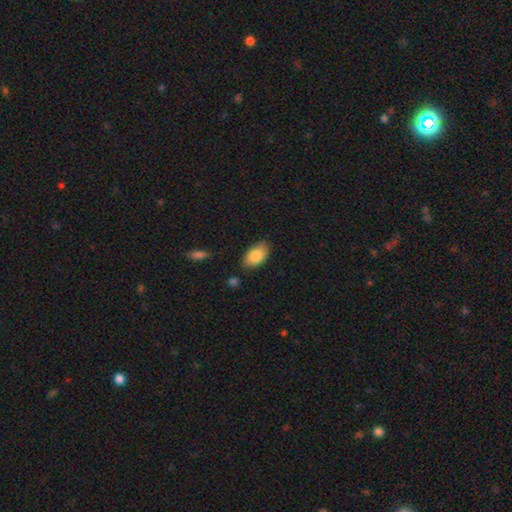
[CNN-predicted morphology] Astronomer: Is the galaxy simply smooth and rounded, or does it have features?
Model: smooth — 84%.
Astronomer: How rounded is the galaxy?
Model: in between — 93%.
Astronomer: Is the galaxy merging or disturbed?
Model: none — 79%.